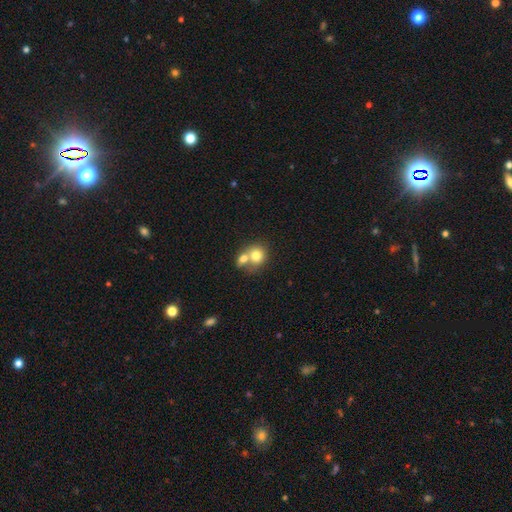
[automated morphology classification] Smooth or featured? smooth (75%)
How rounded? round (70%)
Merging? merger (64%)